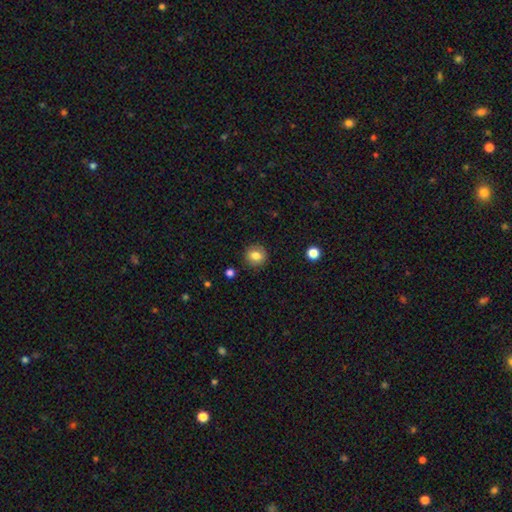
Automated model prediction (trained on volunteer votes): The model was most divided on "smooth or featured": smooth: 81%, star or artifact: 10%, featured or disk: 9%. More confident: merging — none (90%); how rounded — round (88%).